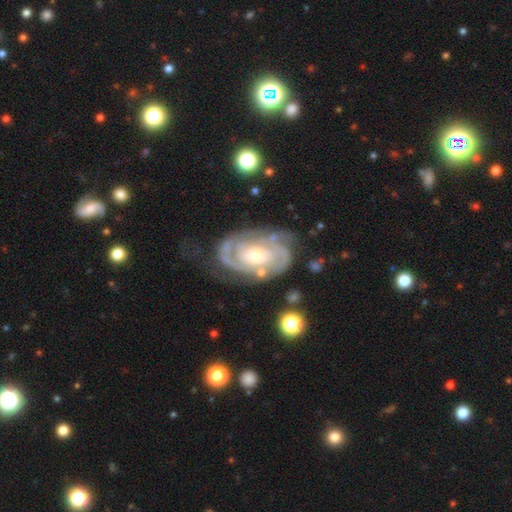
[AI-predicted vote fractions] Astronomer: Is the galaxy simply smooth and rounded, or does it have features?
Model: featured or disk — 89%.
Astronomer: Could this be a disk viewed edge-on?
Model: no — 96%.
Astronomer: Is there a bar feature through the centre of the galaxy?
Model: no — 64%.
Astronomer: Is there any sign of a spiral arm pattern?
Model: yes — 96%.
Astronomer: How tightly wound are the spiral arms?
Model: tight — 68%.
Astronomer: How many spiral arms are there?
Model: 2 — 60%.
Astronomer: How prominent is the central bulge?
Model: small — 47%, tied with moderate at 47%.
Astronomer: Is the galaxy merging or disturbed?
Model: none — 69%.